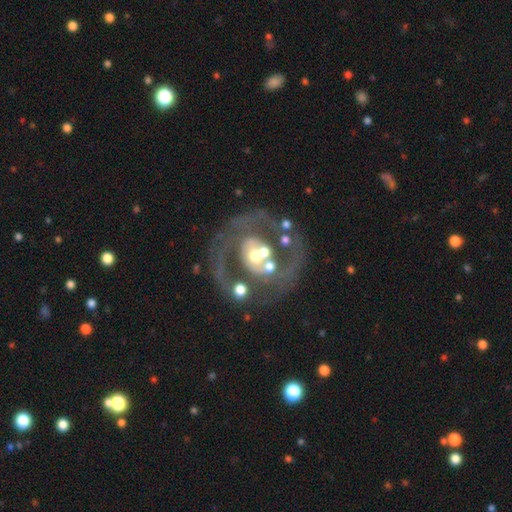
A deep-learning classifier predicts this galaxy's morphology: Smooth or featured? Predicted: featured or disk (p=0.74). Edge-on disk? Predicted: no (p=0.97). Bar? Predicted: no (p=0.64). Spiral arms? Predicted: yes (p=0.68). Bulge size? Predicted: moderate (p=0.56). Merging? Predicted: none (p=0.42).